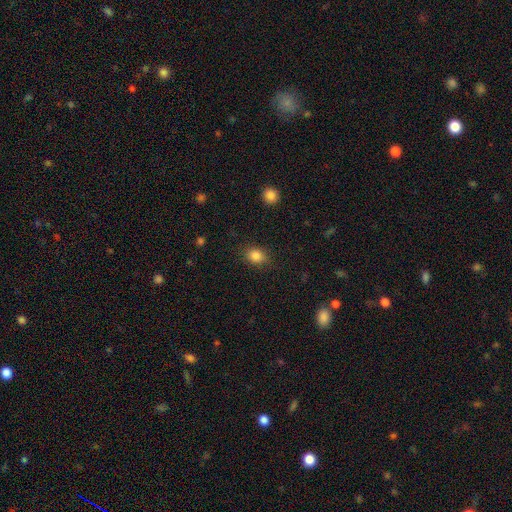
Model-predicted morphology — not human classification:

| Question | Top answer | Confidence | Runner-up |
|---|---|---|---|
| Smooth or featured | smooth | 85% | star or artifact (10%) |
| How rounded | in between | 50% | round (49%) |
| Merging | none | 83% | minor disturbance (12%) |